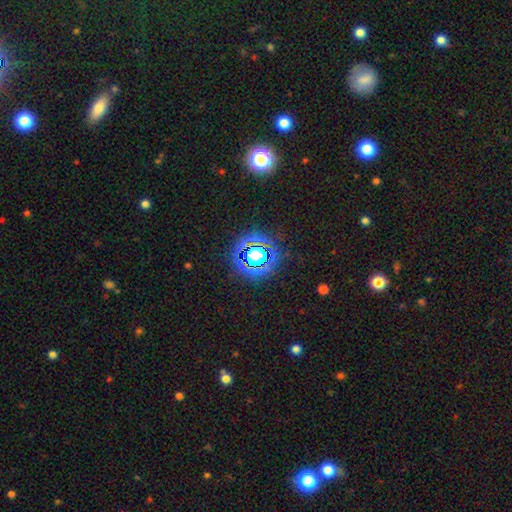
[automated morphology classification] Smooth or featured? Predicted: star or artifact (p=0.62).